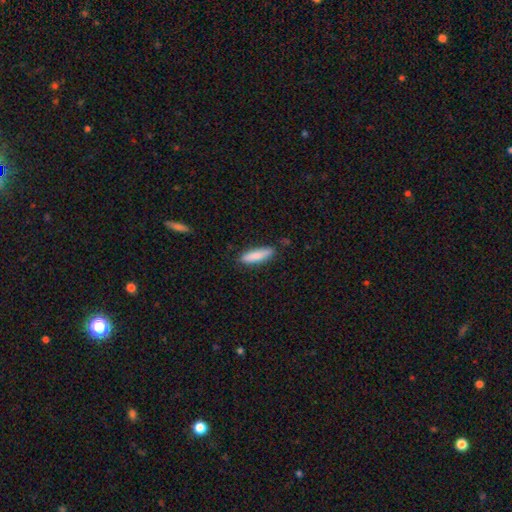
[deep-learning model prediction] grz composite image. It shows a smooth galaxy with no disk features (84%) that is cigar-shaped (68%). Merging: none (83%).